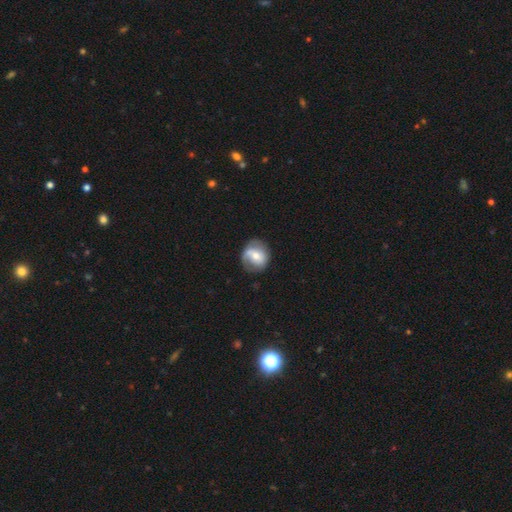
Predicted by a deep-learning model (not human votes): Morphology: type=featured or disk (52%); edge-on=no (97%); bar=no (47%); spiral arms=yes (72%); bulge=moderate (61%); merging=none (67%).